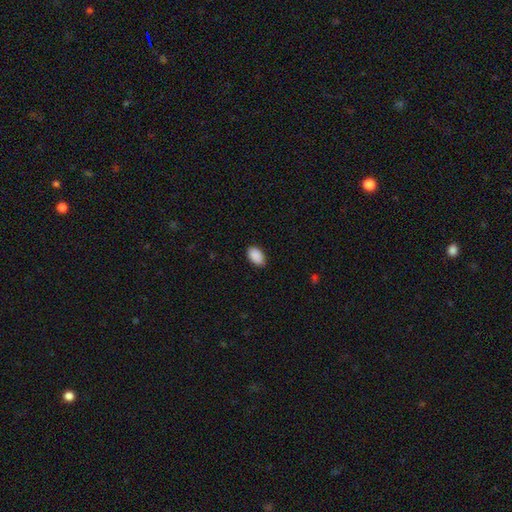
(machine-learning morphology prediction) The model was most divided on "merging": none: 85%, minor disturbance: 12%, major disturbance: 2%, merger: 1%. More confident: how rounded — in between (91%); smooth or featured — smooth (91%).